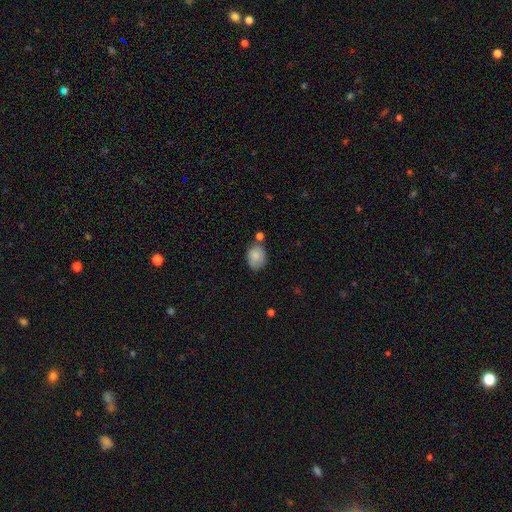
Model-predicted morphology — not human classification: This is clearly a smooth galaxy (84%). How rounded: likely in between (67%). Merging: likely none (60%).